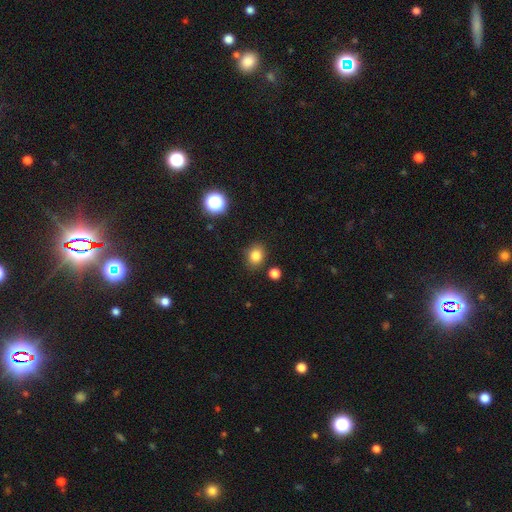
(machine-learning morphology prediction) Overall: smooth (82%). How rounded: round (59%; in between 40%). Merging: none (83%).